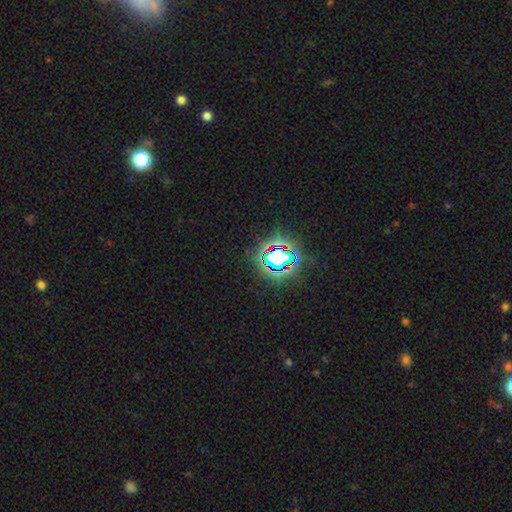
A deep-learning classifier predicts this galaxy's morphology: Smooth or featured? Predicted: star or artifact (p=0.80).